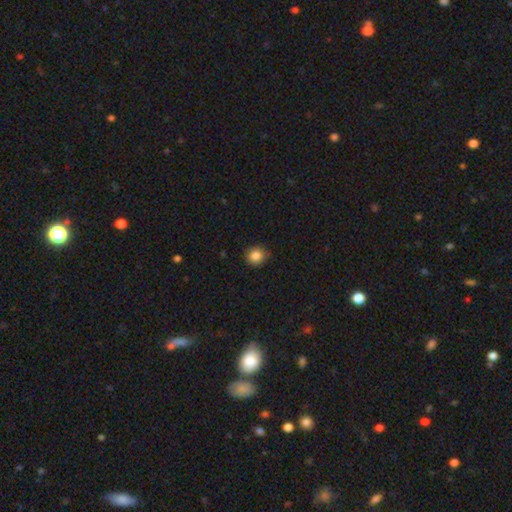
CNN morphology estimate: smooth-or-featured: smooth: 86% | star or artifact: 10% | featured or disk: 4%
  how-rounded: round: 90% | in between: 9% | cigar-shaped: 1%
  merging: none: 89% | minor disturbance: 8% | major disturbance: 2% | merger: 1%